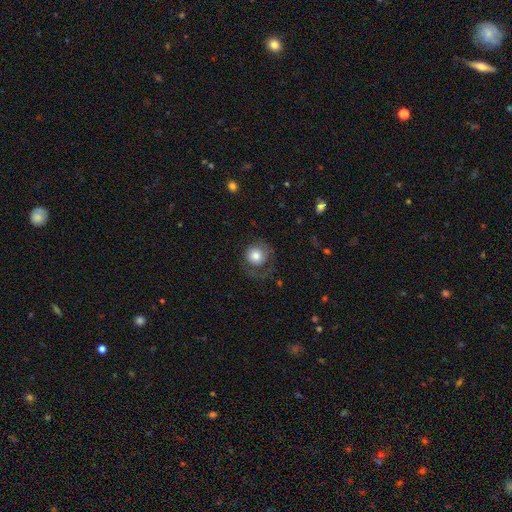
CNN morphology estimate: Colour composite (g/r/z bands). It shows a smooth galaxy with no disk features (73%) that is round (89%). Merging: none (52%).